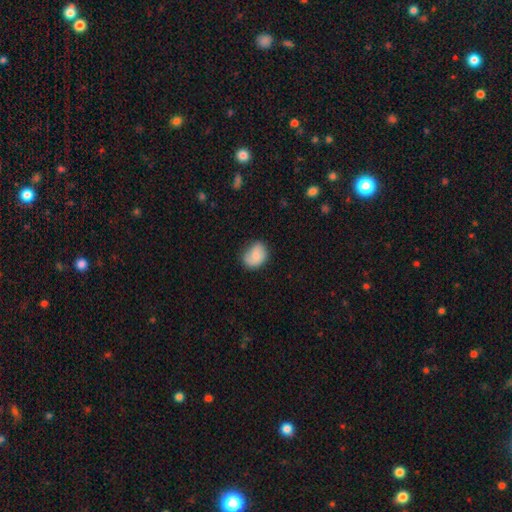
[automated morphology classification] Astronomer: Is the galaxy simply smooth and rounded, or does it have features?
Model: smooth — 77%.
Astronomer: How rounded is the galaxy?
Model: in between — 54% (runner-up: round, 45%).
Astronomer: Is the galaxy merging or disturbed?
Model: none — 61%.